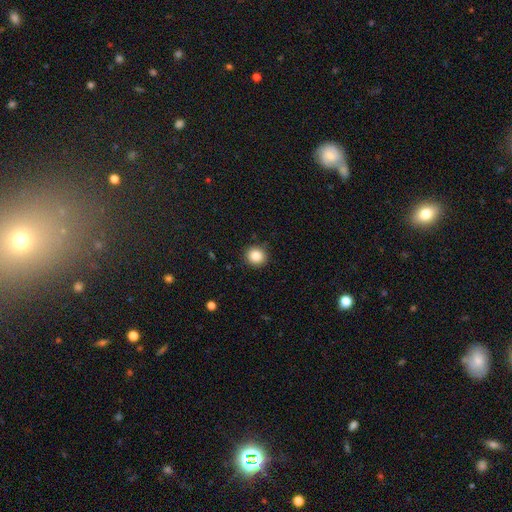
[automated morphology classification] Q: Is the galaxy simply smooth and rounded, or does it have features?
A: smooth — 86%.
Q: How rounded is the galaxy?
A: round — 88%.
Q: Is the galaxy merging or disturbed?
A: none — 89%.